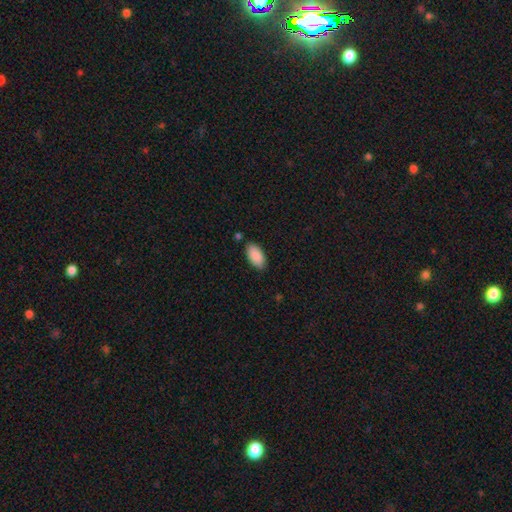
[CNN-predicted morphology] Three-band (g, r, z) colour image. It shows a smooth galaxy with no disk features (90%) that is in between round and cigar-shaped (94%). Merging: none (83%).